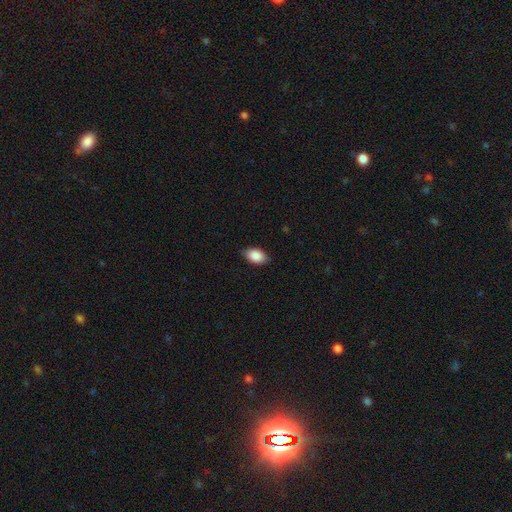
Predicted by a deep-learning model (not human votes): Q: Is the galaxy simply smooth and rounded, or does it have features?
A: smooth — 89%.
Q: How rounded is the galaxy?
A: in between — 91%.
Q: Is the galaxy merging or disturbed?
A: none — 84%.